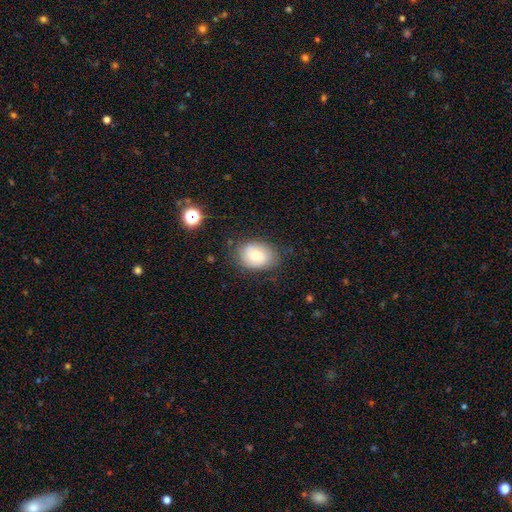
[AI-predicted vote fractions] Smooth or featured? Predicted: smooth (p=0.68). How rounded? Predicted: in between (p=0.63). Merging? Predicted: none (p=0.72).